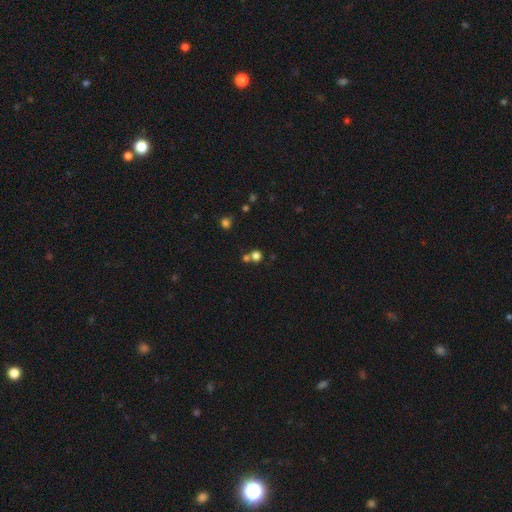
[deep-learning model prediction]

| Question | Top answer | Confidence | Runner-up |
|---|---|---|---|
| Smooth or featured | smooth | 73% | star or artifact (20%) |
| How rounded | round | 88% | in between (11%) |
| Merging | none | 60% | merger (29%) |